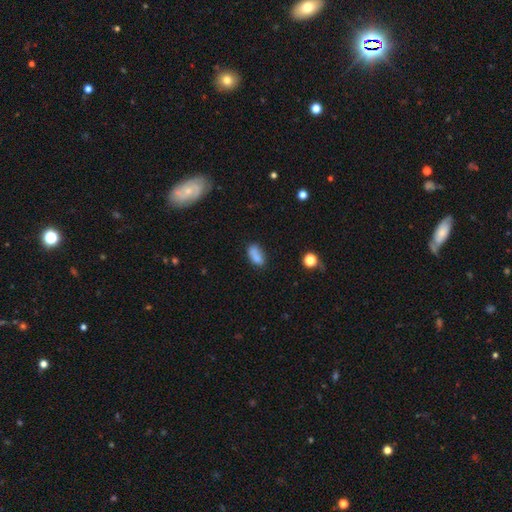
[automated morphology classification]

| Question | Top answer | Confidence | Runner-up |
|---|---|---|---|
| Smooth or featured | smooth | 79% | featured or disk (11%) |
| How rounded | in between | 83% | cigar-shaped (12%) |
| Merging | none | 57% | minor disturbance (21%) |